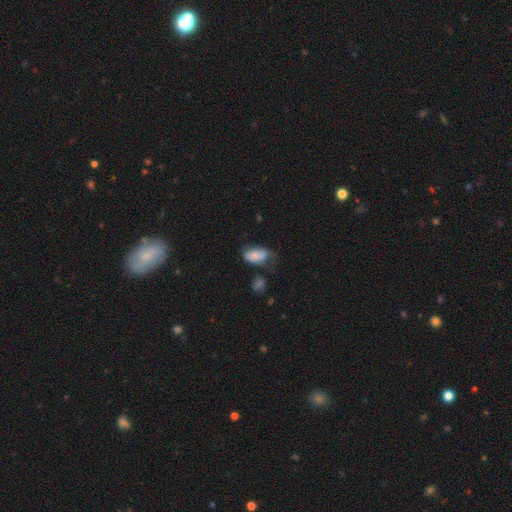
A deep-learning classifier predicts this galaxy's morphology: type=smooth (75%); roundness=in between (91%); merging=minor disturbance (33%).